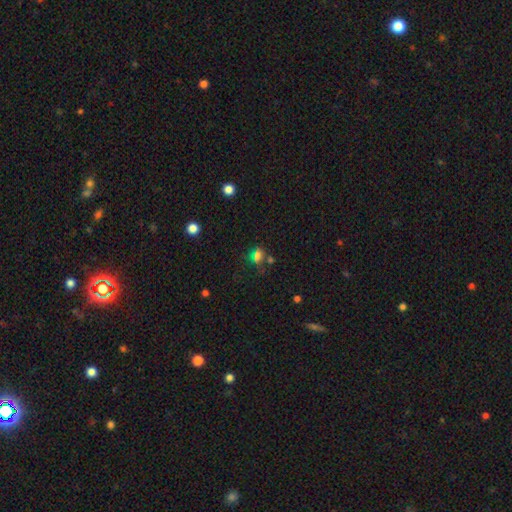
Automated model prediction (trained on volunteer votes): Q: Smooth or featured?
A: smooth (60%); runner-up: star or artifact (28%)
Q: How rounded?
A: in between (58%); runner-up: round (38%)
Q: Merging?
A: none (55%); runner-up: minor disturbance (18%)